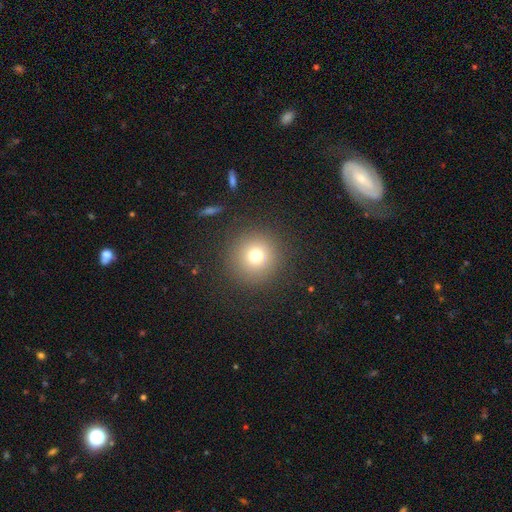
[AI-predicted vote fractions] Morphology: type=smooth (73%); roundness=round (95%); merging=none (89%).